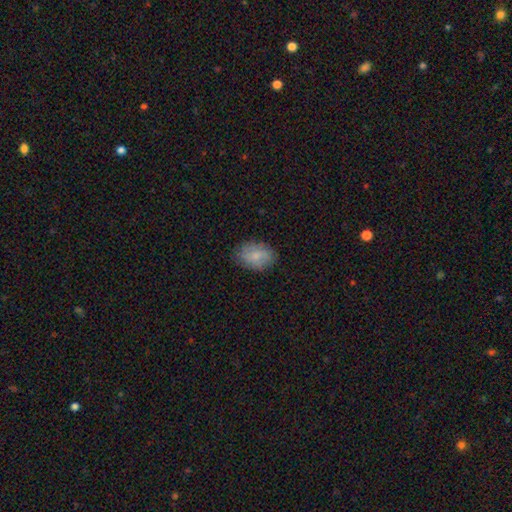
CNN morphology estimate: Q: Smooth or featured?
A: smooth (72%); runner-up: featured or disk (21%)
Q: How rounded?
A: in between (82%); runner-up: round (17%)
Q: Merging?
A: none (81%); runner-up: minor disturbance (14%)